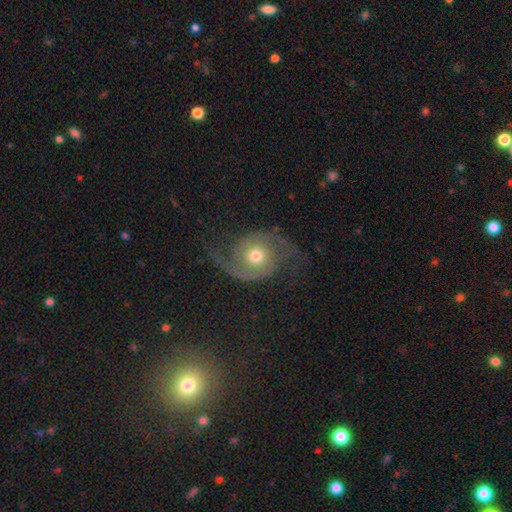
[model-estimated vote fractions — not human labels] The model was most divided on "spiral winding": medium: 47%, loose: 38%, tight: 15%. More confident: edge-on disk — no (98%); spiral arms — yes (97%); spiral arm count — 2 (94%); smooth or featured — featured or disk (87%); bar — no (75%); merging — none (71%); bulge size — moderate (71%).